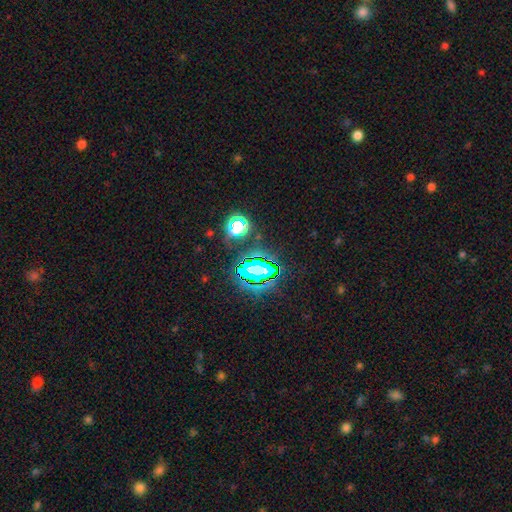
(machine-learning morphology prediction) Smooth or featured? Predicted: star or artifact (p=0.75).